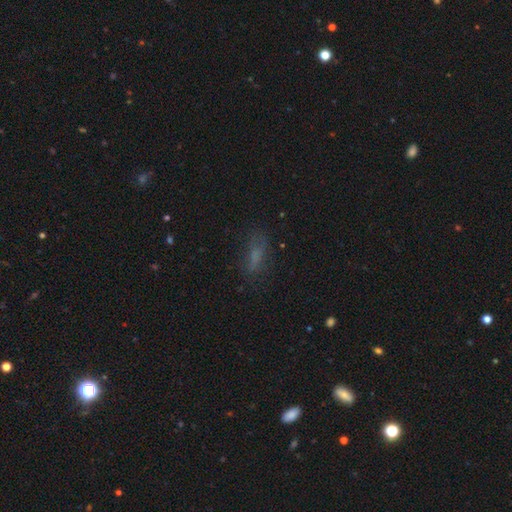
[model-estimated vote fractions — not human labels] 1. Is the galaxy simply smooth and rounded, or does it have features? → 60% smooth, 20% star or artifact, 20% featured or disk.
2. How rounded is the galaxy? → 55% in between, 41% cigar-shaped, 5% round.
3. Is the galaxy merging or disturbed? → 62% none, 21% minor disturbance, 15% major disturbance, 2% merger.